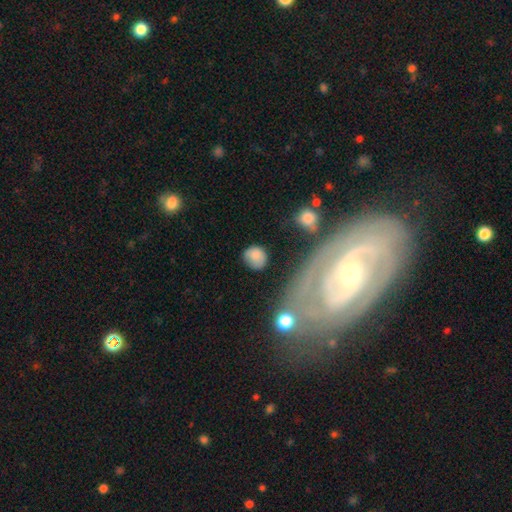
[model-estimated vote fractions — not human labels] Overall: smooth (81%). How rounded: round (77%). Merging: none (70%).